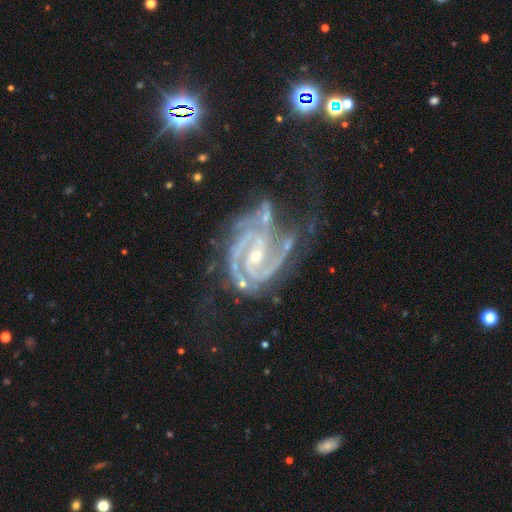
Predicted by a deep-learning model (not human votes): smooth_or_featured: featured or disk (p=0.92) [alt: star or artifact p=0.05]
disk_edge_on: no (p=0.98) [alt: yes p=0.02]
bar: weak (p=0.44) [alt: no p=0.33]
has_spiral_arms: yes (p=0.99) [alt: no p=0.01]
spiral_winding: tight (p=0.55) [alt: medium p=0.39]
spiral_arm_count: 2 (p=0.60) [alt: 3 p=0.20]
bulge_size: small (p=0.61) [alt: moderate p=0.35]
merging: none (p=0.43) [alt: minor disturbance p=0.26]